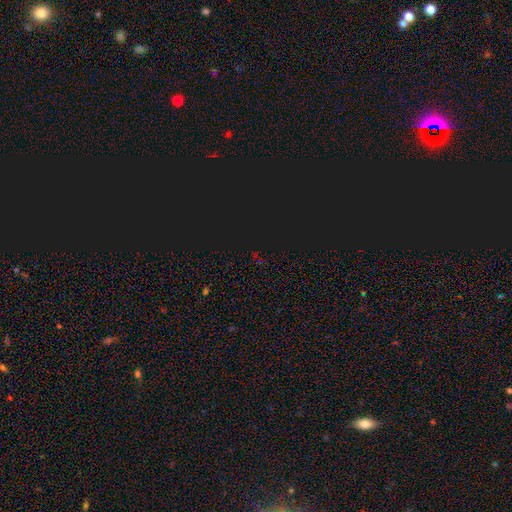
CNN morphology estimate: A star or artifact, not a galaxy (78%).